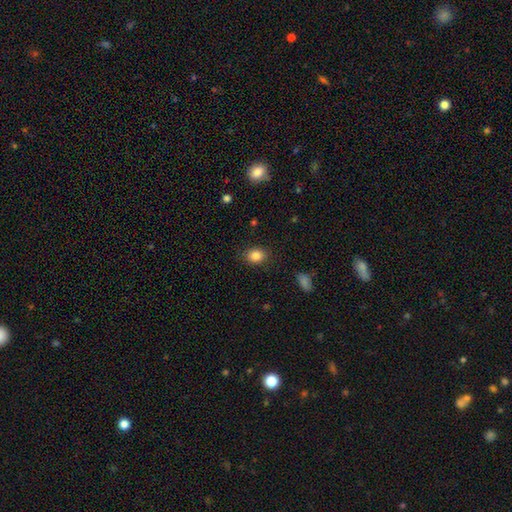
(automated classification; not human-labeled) A smooth galaxy with no disk features (86%) that is in between round and cigar-shaped (55%).

Vote fractions:
- Smooth or featured? smooth: 86% / star or artifact: 10% / featured or disk: 5%
- How rounded? in between: 55% / round: 44% / cigar-shaped: 1%
- Merging? none: 85% / minor disturbance: 11% / major disturbance: 3% / merger: 1%